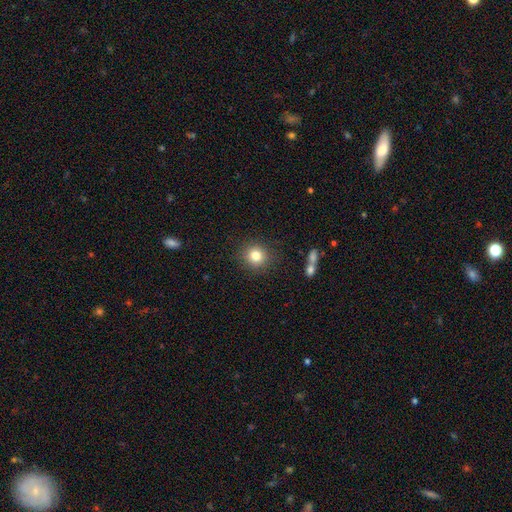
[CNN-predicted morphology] smooth 82%, star or artifact 11%, featured or disk 7%. Down the decision tree: how rounded — round (91%); merging — none (88%).